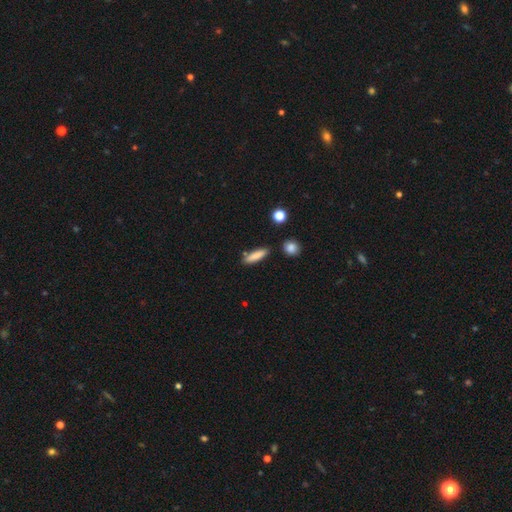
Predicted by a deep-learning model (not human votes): Smooth or featured: smooth — 83% (featured or disk — 10%)
How rounded: cigar-shaped — 70% (in between — 28%)
Merging: none — 83% (minor disturbance — 11%)